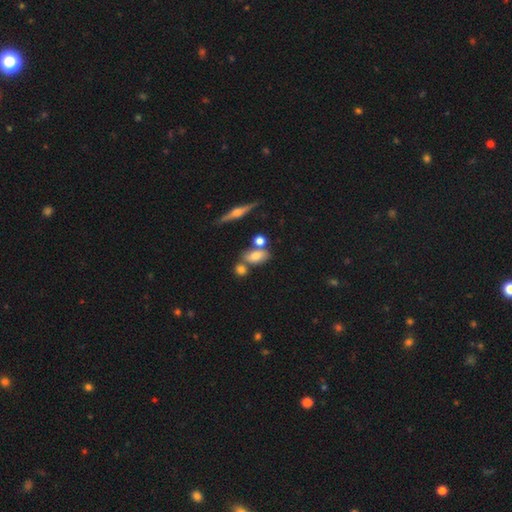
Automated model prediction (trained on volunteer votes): This is likely a smooth galaxy (67%). How rounded: clearly in between (81%). Merging: possibly none (57%).